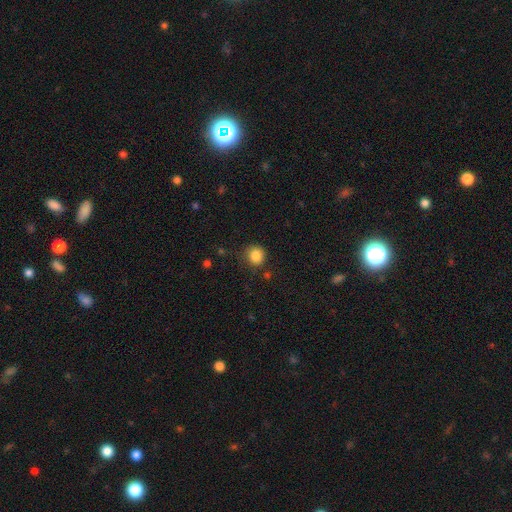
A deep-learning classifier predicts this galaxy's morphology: Smooth or featured? Predicted: smooth (p=0.85). How rounded? Predicted: round (p=0.88). Merging? Predicted: none (p=0.80).